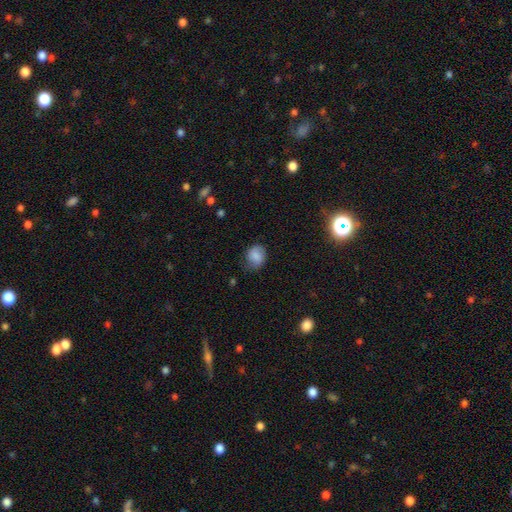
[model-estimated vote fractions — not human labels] Smooth or featured?
  - smooth: 75% *
  - featured or disk: 16%
  - star or artifact: 9%
How rounded?
  - round: 59% *
  - in between: 40%
  - cigar-shaped: 1%
Merging?
  - none: 61% *
  - minor disturbance: 29%
  - major disturbance: 9%
  - merger: 2%